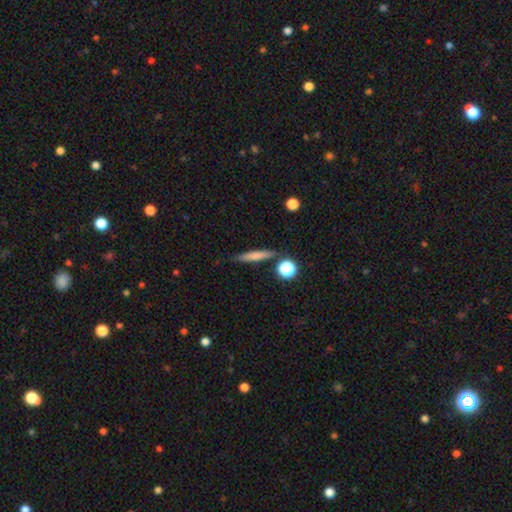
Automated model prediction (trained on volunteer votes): Smooth or featured: smooth — 69% (featured or disk — 22%)
How rounded: cigar-shaped — 87% (in between — 8%)
Merging: none — 83% (minor disturbance — 10%)